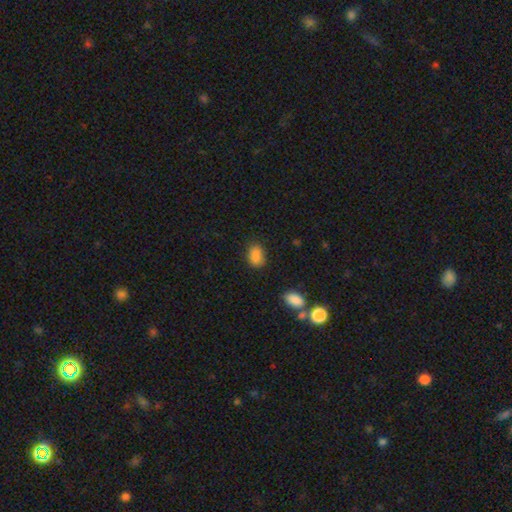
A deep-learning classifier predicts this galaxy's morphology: The model was most divided on "merging": none: 78%, minor disturbance: 15%, major disturbance: 4%, merger: 3%. More confident: smooth or featured — smooth (86%); how rounded — in between (83%).